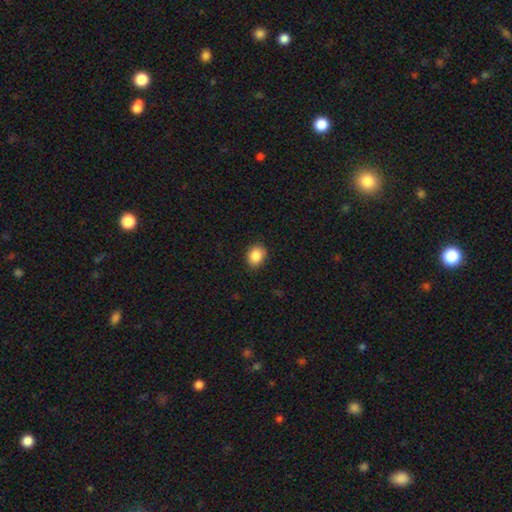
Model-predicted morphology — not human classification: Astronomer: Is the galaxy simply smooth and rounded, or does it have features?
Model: smooth — 87%.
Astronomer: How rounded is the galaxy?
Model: in between — 51% (runner-up: round, 48%).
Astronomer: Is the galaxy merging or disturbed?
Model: none — 87%.